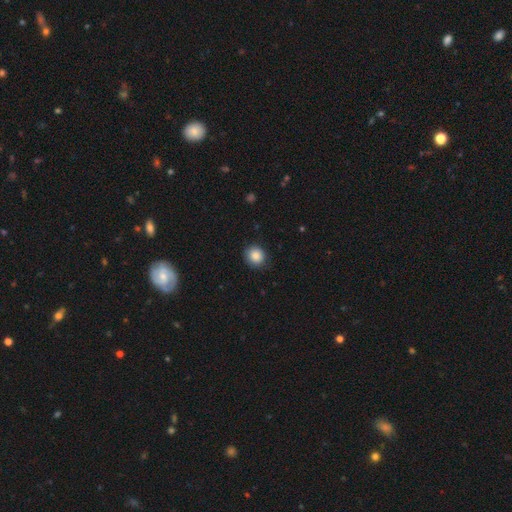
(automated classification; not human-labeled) Q: Smooth or featured?
A: smooth (85%); runner-up: star or artifact (9%)
Q: How rounded?
A: round (87%); runner-up: in between (12%)
Q: Merging?
A: none (87%); runner-up: minor disturbance (10%)